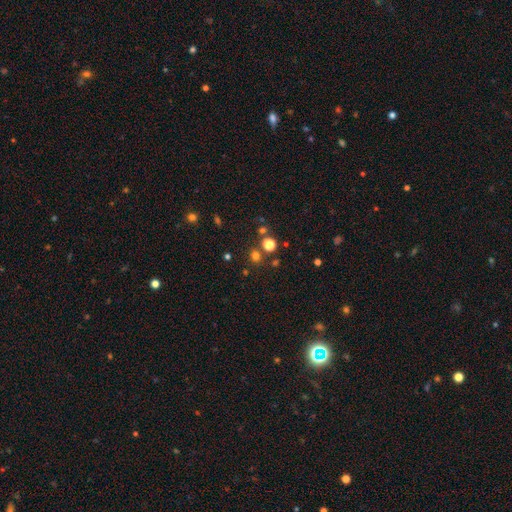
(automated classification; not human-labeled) Smooth or featured?
  - smooth: 69% *
  - star or artifact: 25%
  - featured or disk: 6%
How rounded?
  - round: 86% *
  - in between: 13%
  - cigar-shaped: 1%
Merging?
  - none: 79% *
  - merger: 11%
  - minor disturbance: 7%
  - major disturbance: 3%